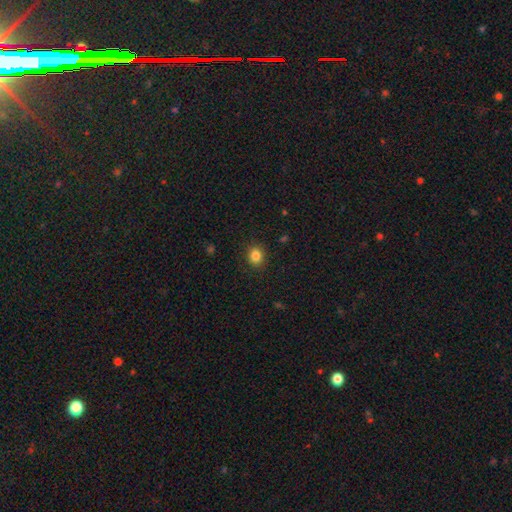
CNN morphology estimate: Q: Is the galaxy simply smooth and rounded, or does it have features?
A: smooth — 85%.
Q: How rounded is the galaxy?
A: round — 67%.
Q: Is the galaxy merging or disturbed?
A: none — 89%.